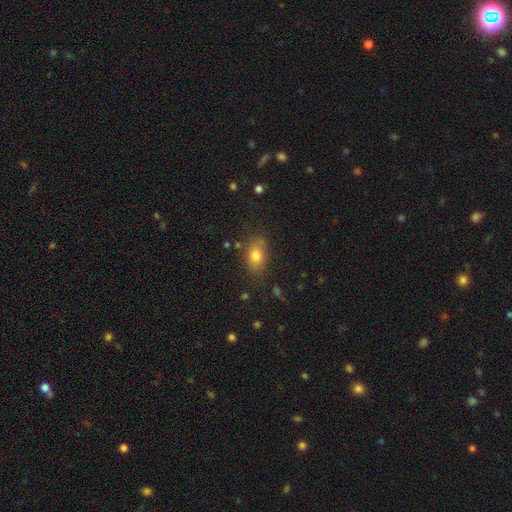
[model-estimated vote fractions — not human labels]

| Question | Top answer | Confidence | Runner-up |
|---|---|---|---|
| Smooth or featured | smooth | 77% | star or artifact (12%) |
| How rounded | in between | 77% | round (20%) |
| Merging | none | 75% | minor disturbance (17%) |